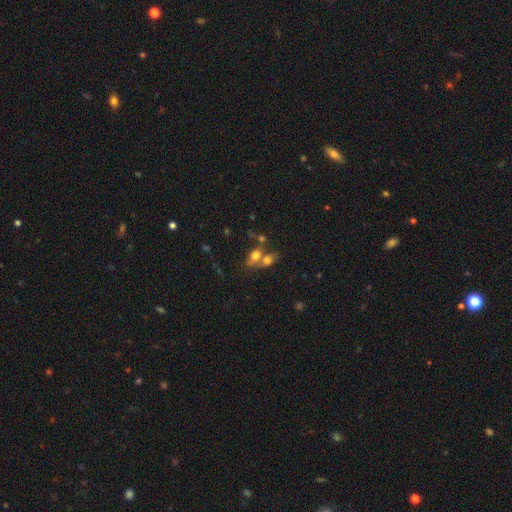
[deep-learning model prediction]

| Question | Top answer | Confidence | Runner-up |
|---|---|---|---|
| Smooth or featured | smooth | 70% | featured or disk (18%) |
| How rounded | in between | 69% | round (28%) |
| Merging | merger | 58% | none (28%) |